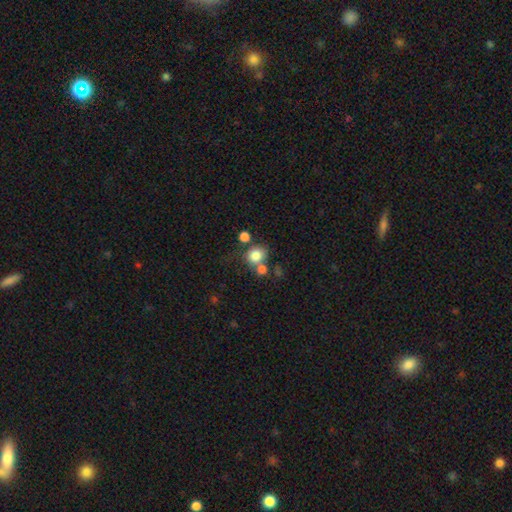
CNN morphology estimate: A smooth galaxy with no disk features (80%) that is round (78%).

Vote fractions:
- Smooth or featured? smooth: 80% / star or artifact: 11% / featured or disk: 9%
- How rounded? round: 78% / in between: 21% / cigar-shaped: 1%
- Merging? none: 56% / merger: 26% / minor disturbance: 12% / major disturbance: 6%